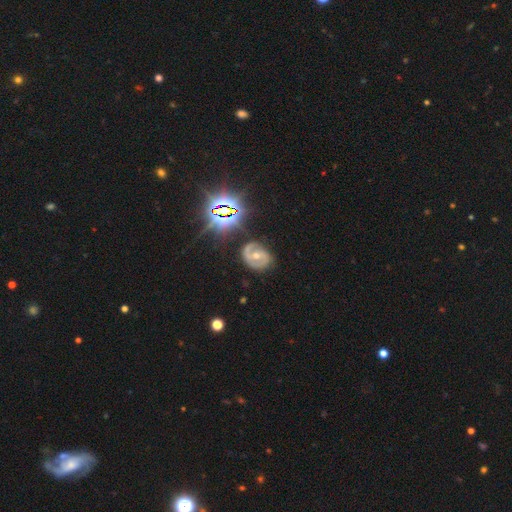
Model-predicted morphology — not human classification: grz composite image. It shows a featured or disk galaxy (79%) with no bar (45%), 2 (82%) medium (47%) spiral arms (91%) and a moderate central bulge (55%). Merging: none (74%).